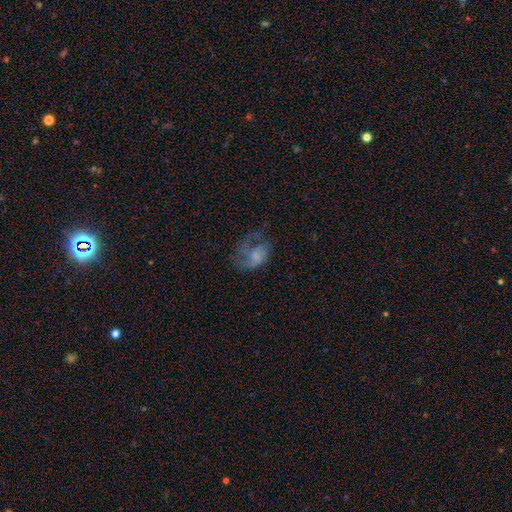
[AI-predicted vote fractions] smooth_or_featured: featured or disk (p=0.48) [alt: smooth p=0.40]
merging: major disturbance (p=0.43) [alt: none p=0.32]